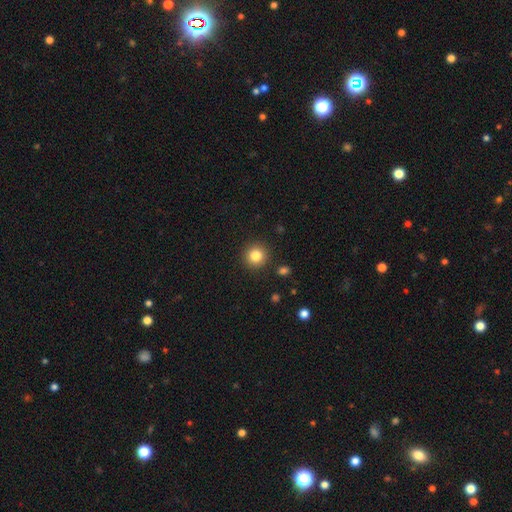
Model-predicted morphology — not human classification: The model was most divided on "smooth or featured": smooth: 83%, star or artifact: 11%, featured or disk: 6%. More confident: how rounded — round (94%); merging — none (91%).